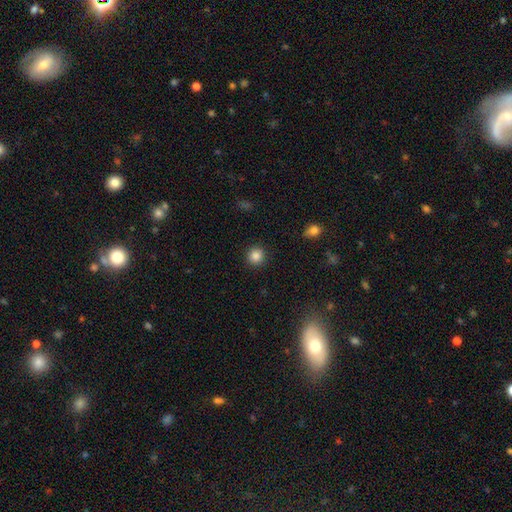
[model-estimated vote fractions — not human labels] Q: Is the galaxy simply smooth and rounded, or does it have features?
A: smooth — 86%.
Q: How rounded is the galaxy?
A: round — 94%.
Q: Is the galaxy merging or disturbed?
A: none — 92%.